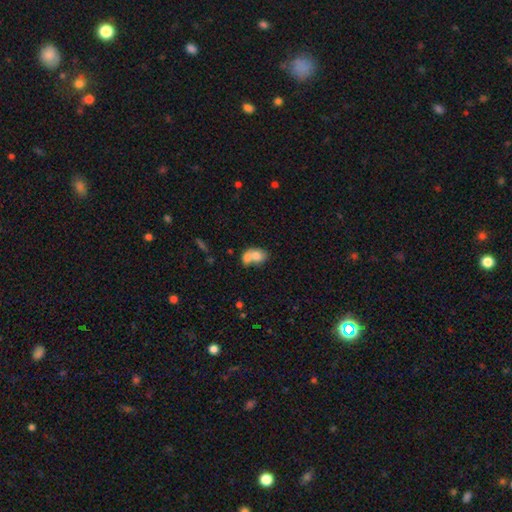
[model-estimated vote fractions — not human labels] Overall: smooth (73%). How rounded: in between (67%; round 32%). Merging: merger (70%).